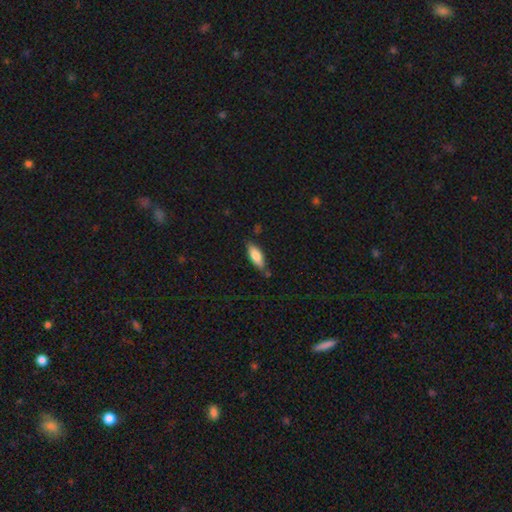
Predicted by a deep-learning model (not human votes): smooth_or_featured: smooth (p=0.78) [alt: featured or disk p=0.15]
how_rounded: in between (p=0.66) [alt: cigar-shaped p=0.32]
merging: none (p=0.73) [alt: minor disturbance p=0.20]